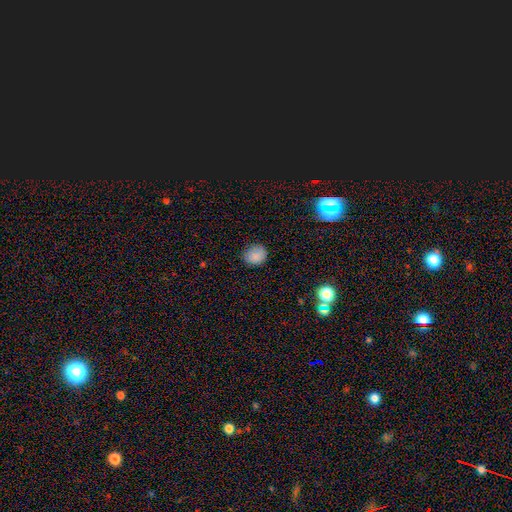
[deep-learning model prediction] smooth-or-featured: smooth: 84% | star or artifact: 11% | featured or disk: 5%
  how-rounded: round: 69% | in between: 30% | cigar-shaped: 1%
  merging: none: 82% | minor disturbance: 14% | major disturbance: 3% | merger: 1%